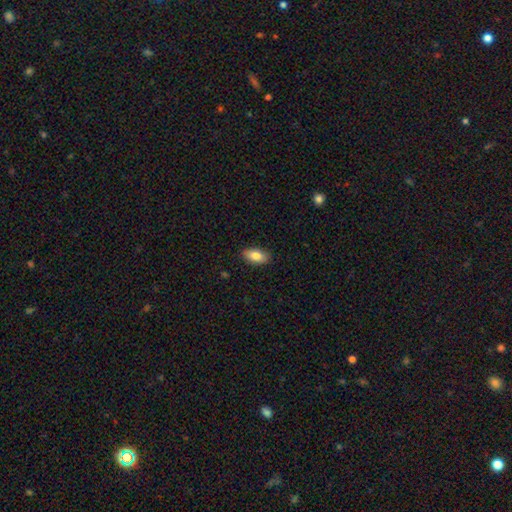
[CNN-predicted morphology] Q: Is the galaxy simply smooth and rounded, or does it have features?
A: smooth — 83%.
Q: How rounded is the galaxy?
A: in between — 91%.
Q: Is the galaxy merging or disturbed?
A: none — 89%.